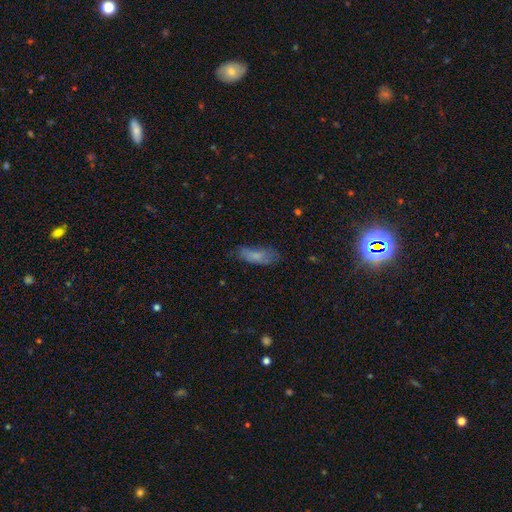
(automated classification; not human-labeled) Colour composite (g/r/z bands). It shows a smooth galaxy with no disk features (75%) that is in between round and cigar-shaped (64%). Merging: none (52%).